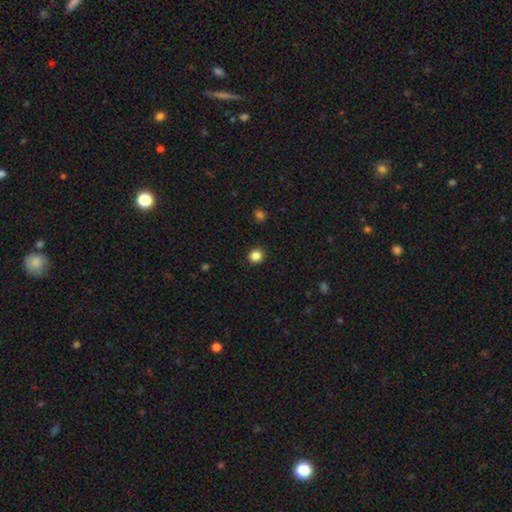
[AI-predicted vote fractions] This is clearly a smooth galaxy (85%). How rounded: clearly round (89%). Merging: clearly none (92%).